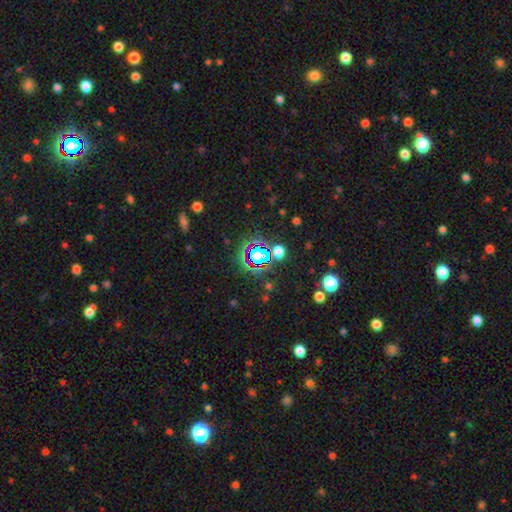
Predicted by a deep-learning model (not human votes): star or artifact 76%, smooth 15%, featured or disk 9%.